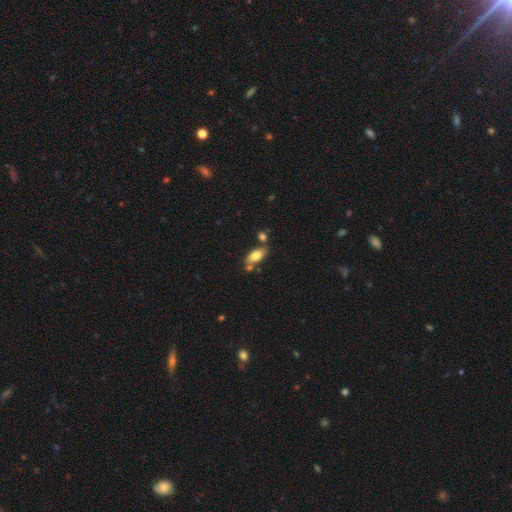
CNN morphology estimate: Overall: smooth (76%). How rounded: in between (88%). Merging: none (66%).